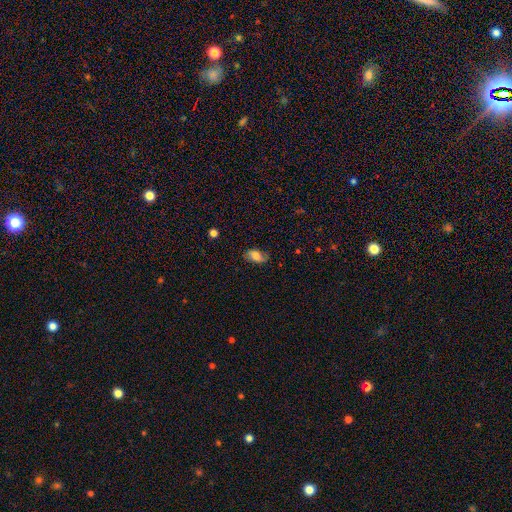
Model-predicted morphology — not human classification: Smooth or featured? smooth (56%)
How rounded? in between (89%)
Merging? none (71%)